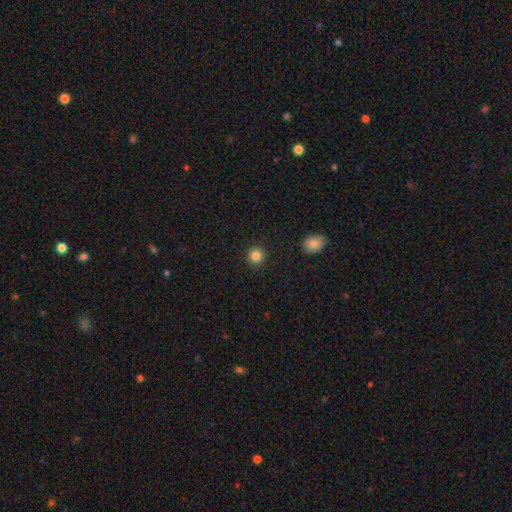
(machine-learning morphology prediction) The model was most divided on "smooth or featured": smooth: 85%, star or artifact: 11%, featured or disk: 4%. More confident: how rounded — round (94%); merging — none (92%).